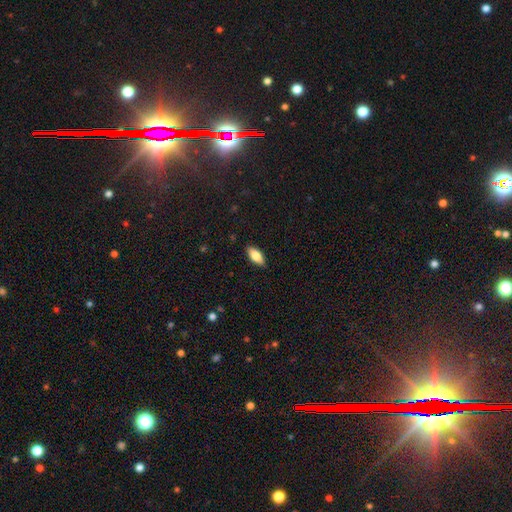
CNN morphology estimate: Smooth or featured? Predicted: smooth (p=0.74). How rounded? Predicted: in between (p=0.81). Merging? Predicted: none (p=0.88).